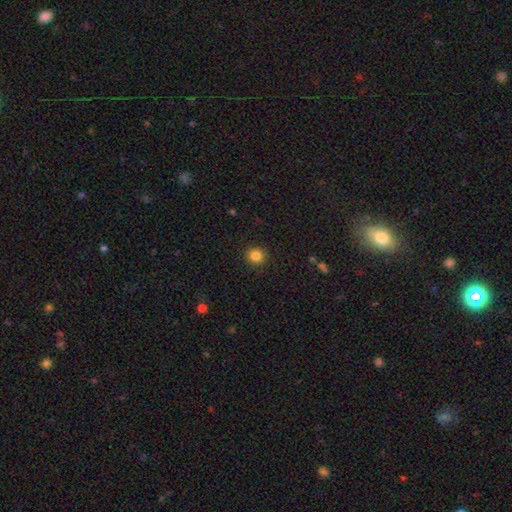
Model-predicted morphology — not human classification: smooth 84%, star or artifact 11%, featured or disk 4%. Down the decision tree: how rounded — round (92%); merging — none (91%).